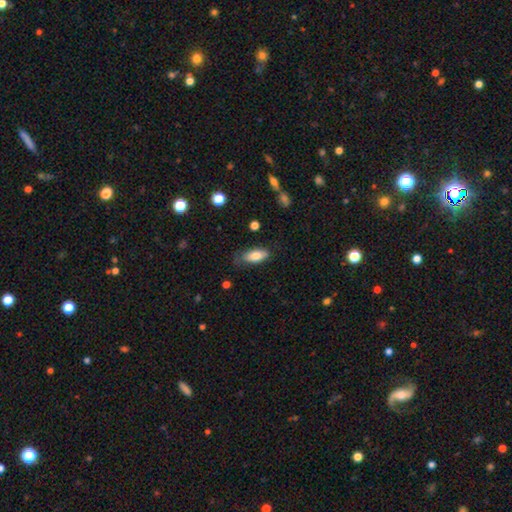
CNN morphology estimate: Smooth or featured? Predicted: smooth (p=0.79). How rounded? Predicted: in between (p=0.84). Merging? Predicted: none (p=0.67).